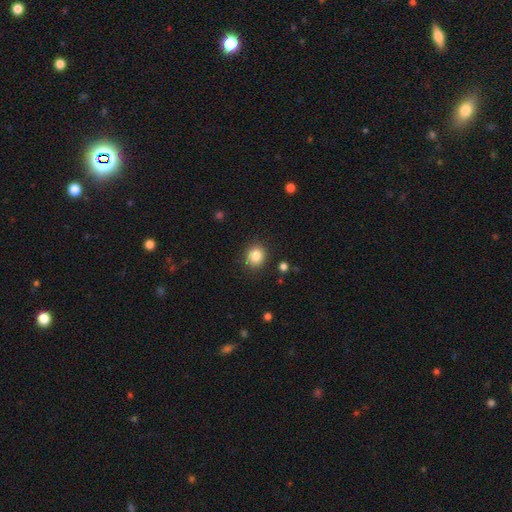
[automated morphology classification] Overall: smooth (85%). How rounded: round (78%). Merging: none (88%).